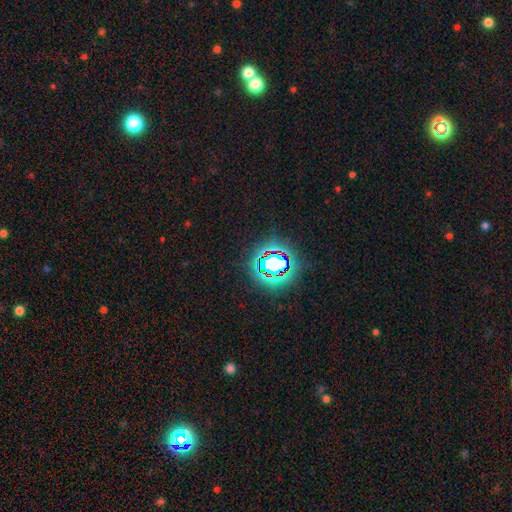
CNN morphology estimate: smooth-or-featured: star or artifact: 82% | smooth: 11% | featured or disk: 7%